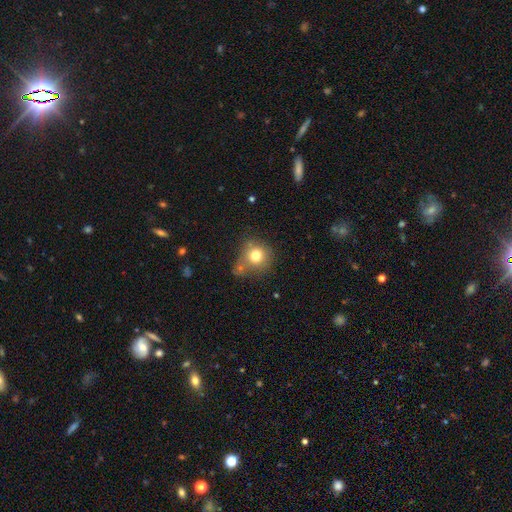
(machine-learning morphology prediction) A smooth galaxy with no disk features (77%) that is round (85%). Merging: none (56%).